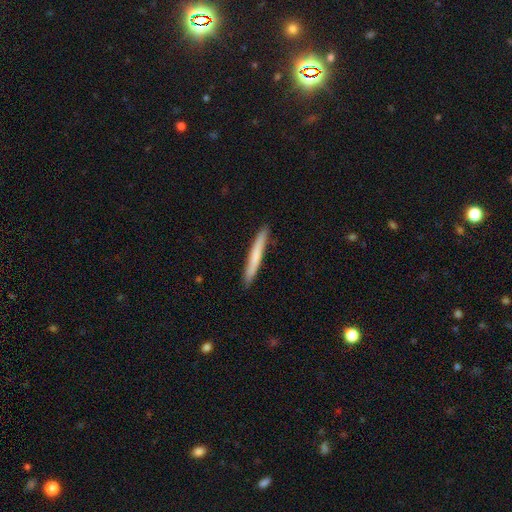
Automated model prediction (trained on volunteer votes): A smooth galaxy with no disk features (67%) that is cigar-shaped (97%). Merging: none (90%).